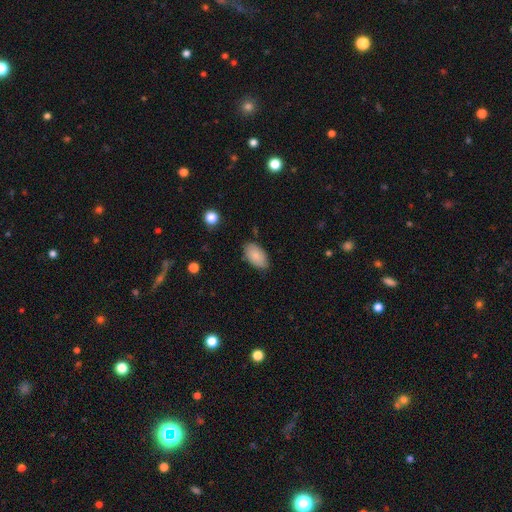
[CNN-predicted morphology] A smooth galaxy with no disk features (83%) that is in between round and cigar-shaped (94%). Merging: none (78%).